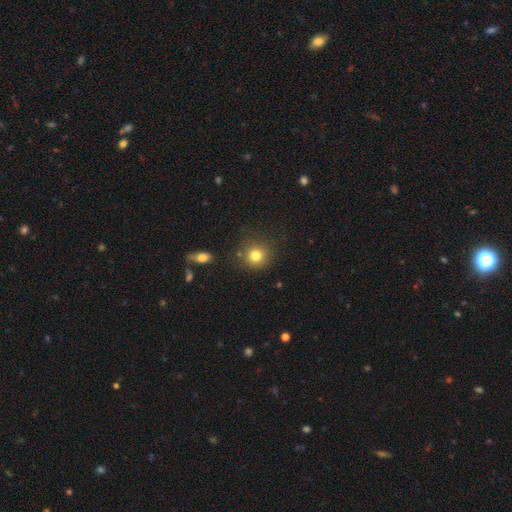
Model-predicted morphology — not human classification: type=smooth (81%); roundness=round (90%); merging=none (81%).